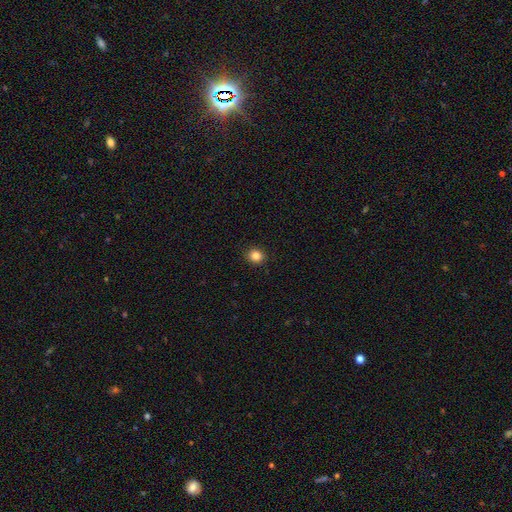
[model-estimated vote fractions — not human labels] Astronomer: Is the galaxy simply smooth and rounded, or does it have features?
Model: smooth — 85%.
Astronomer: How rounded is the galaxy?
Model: round — 82%.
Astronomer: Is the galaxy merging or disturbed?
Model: none — 91%.